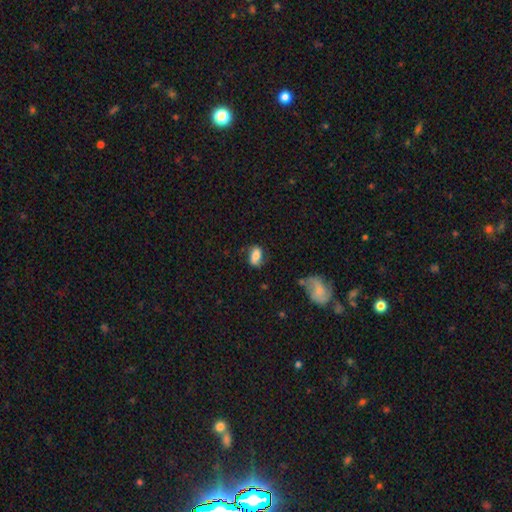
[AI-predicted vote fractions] A smooth galaxy with no disk features (68%) that is in between round and cigar-shaped (86%). Merging: none (58%).